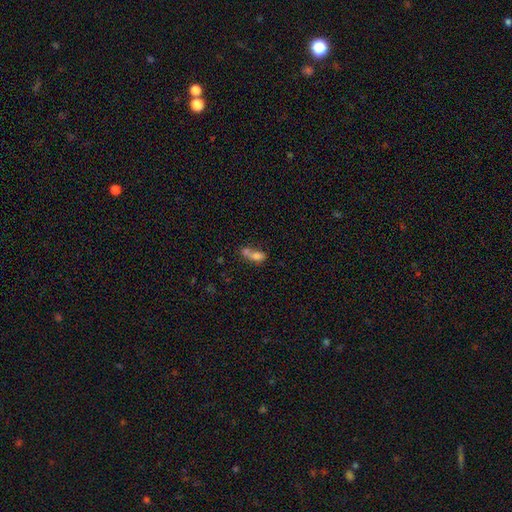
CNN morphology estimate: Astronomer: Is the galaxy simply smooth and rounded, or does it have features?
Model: smooth — 70%.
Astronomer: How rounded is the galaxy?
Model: in between — 72%.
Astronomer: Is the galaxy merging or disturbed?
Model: merger — 60%.